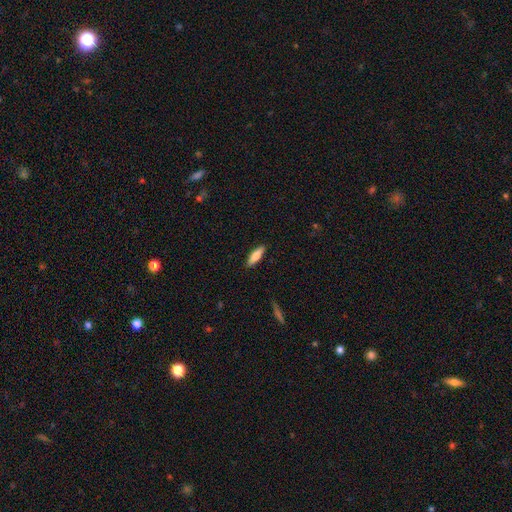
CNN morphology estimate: smooth-or-featured: smooth: 74% | featured or disk: 20% | star or artifact: 6%
  how-rounded: cigar-shaped: 57% | in between: 41% | round: 2%
  merging: none: 89% | minor disturbance: 8% | major disturbance: 2% | merger: 1%